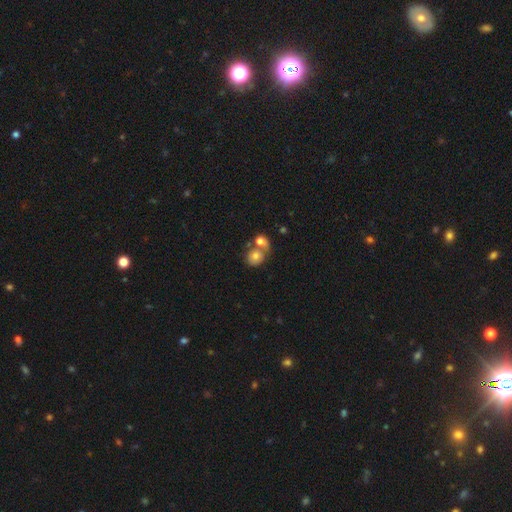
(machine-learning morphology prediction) Smooth or featured? smooth (74%)
How rounded? round (66%)
Merging? merger (48%)